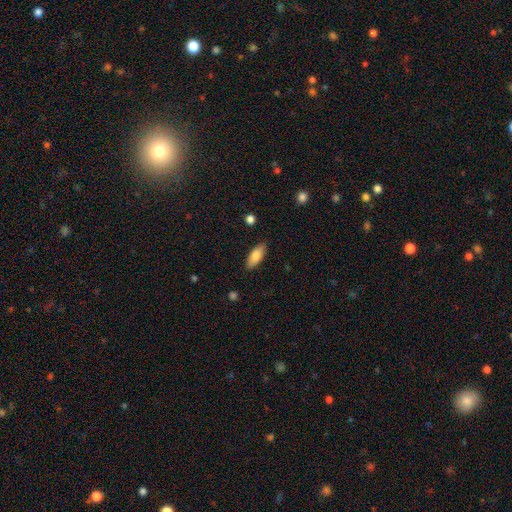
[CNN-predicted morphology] Q: Smooth or featured?
A: smooth (82%); runner-up: featured or disk (11%)
Q: How rounded?
A: in between (81%); runner-up: cigar-shaped (17%)
Q: Merging?
A: none (86%); runner-up: minor disturbance (10%)